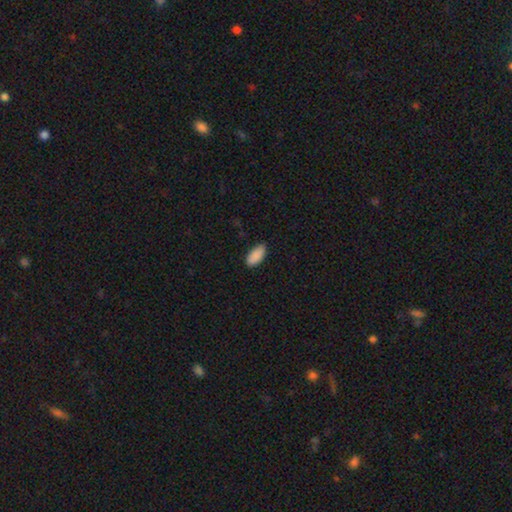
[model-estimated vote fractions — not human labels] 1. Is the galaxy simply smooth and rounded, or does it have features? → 90% smooth, 7% star or artifact, 3% featured or disk.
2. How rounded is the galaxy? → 91% in between, 7% cigar-shaped, 2% round.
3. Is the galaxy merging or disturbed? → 84% none, 13% minor disturbance, 2% major disturbance, 1% merger.